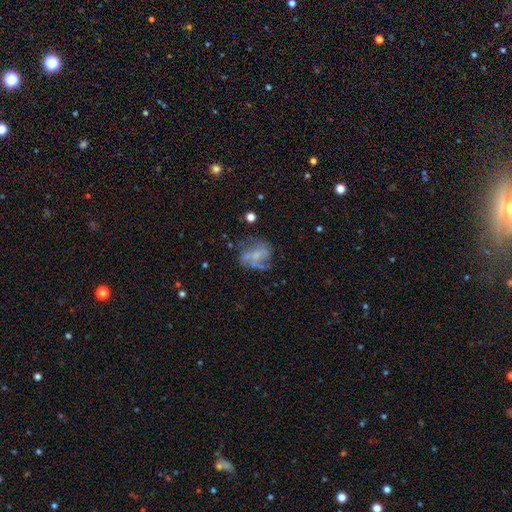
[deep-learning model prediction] Smooth or featured?
  - featured or disk: 57% *
  - smooth: 31%
  - star or artifact: 12%
Edge-on disk?
  - no: 97% *
  - yes: 3%
Bar?
  - no: 63% *
  - weak: 29%
  - strong: 7%
Spiral arms?
  - yes: 56% *
  - no: 44%
Bulge size?
  - none: 37% *
  - small: 34%
  - moderate: 23%
  - large: 4%
  - dominant: 1%
Merging?
  - none: 45% *
  - major disturbance: 27%
  - minor disturbance: 22%
  - merger: 5%